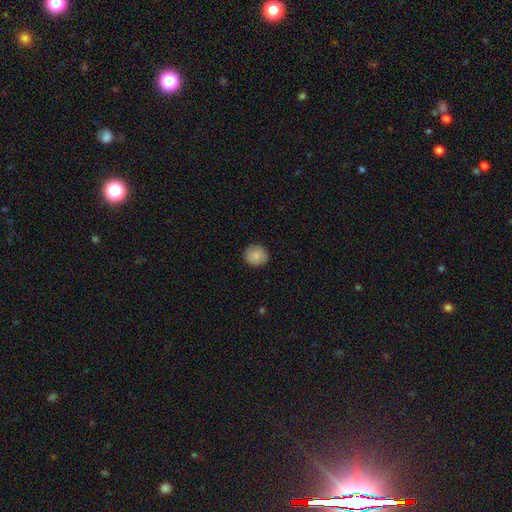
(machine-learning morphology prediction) smooth 88%, star or artifact 8%, featured or disk 5%. Down the decision tree: how rounded — round (87%); merging — none (89%).